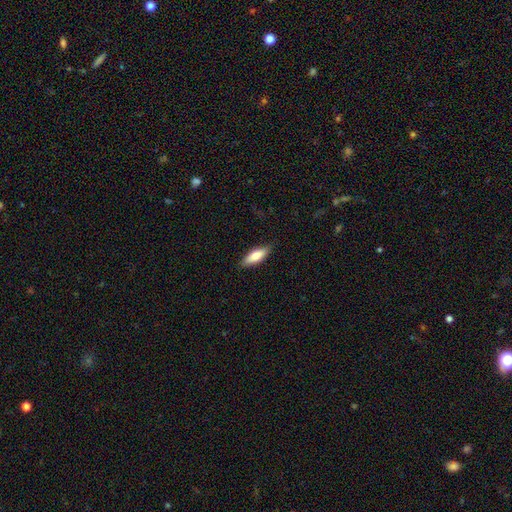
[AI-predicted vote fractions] smooth 76%, featured or disk 18%, star or artifact 6%. Down the decision tree: how rounded — in between (62%); merging — none (86%).